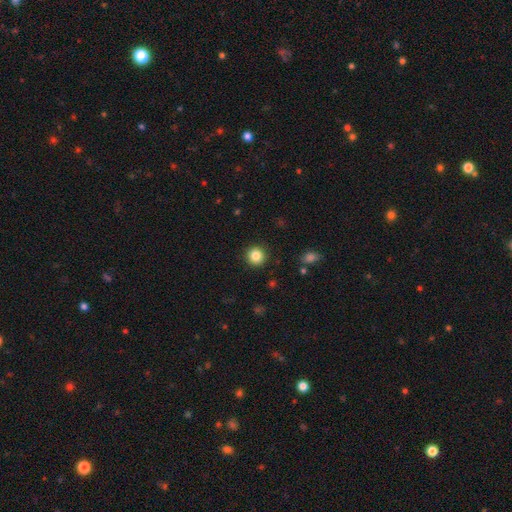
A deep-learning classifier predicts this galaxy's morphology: Overall: smooth (84%). How rounded: round (94%). Merging: none (91%).